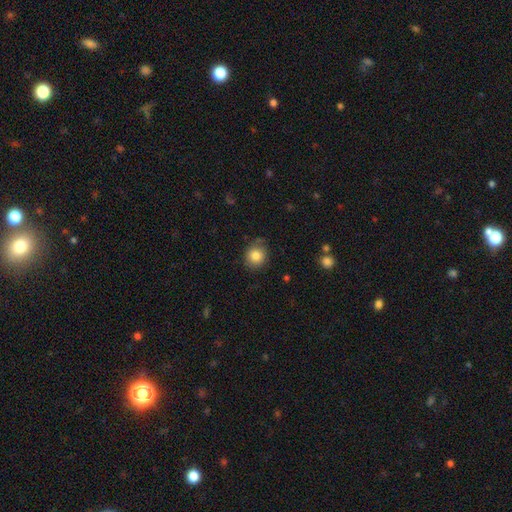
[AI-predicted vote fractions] Smooth or featured: smooth — 82% (star or artifact — 10%)
How rounded: round — 79% (in between — 20%)
Merging: none — 74% (minor disturbance — 19%)